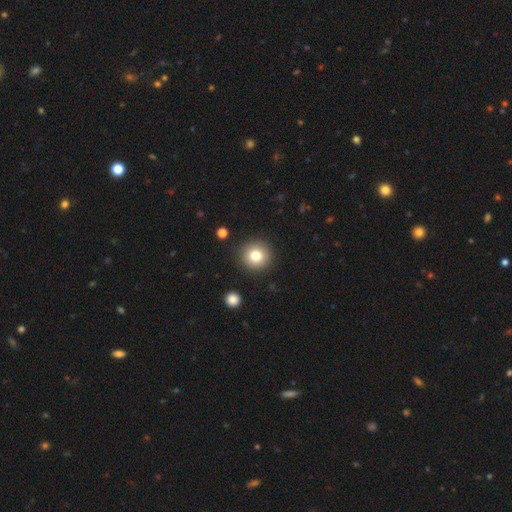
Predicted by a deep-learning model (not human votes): Overall: smooth (80%). How rounded: round (94%). Merging: none (89%).